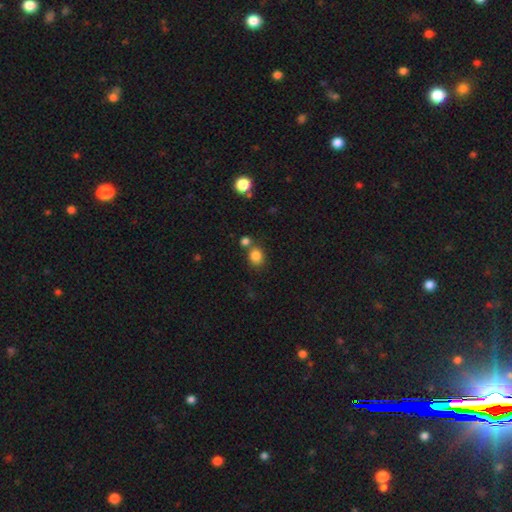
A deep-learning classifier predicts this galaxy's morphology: The model was most divided on "how rounded": round: 69%, in between: 30%, cigar-shaped: 1%. More confident: smooth or featured — smooth (83%); merging — none (67%).